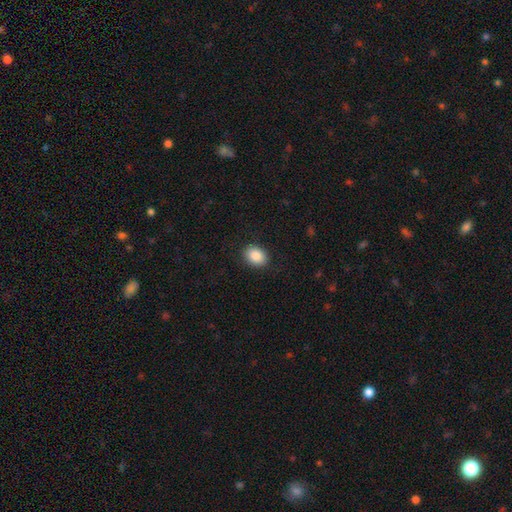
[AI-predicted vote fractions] Smooth or featured? Predicted: smooth (p=0.88). How rounded? Predicted: in between (p=0.67). Merging? Predicted: none (p=0.89).